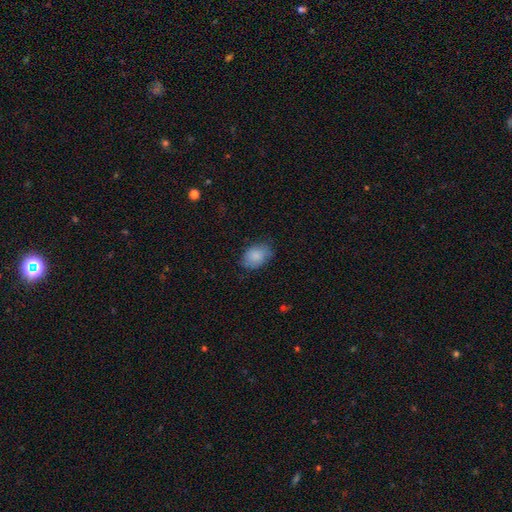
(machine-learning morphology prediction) A smooth galaxy with no disk features (85%) that is in between round and cigar-shaped (80%).

Vote fractions:
- Smooth or featured? smooth: 85% / featured or disk: 8% / star or artifact: 7%
- How rounded? in between: 80% / round: 19% / cigar-shaped: 1%
- Merging? none: 73% / minor disturbance: 22% / major disturbance: 5% / merger: 1%